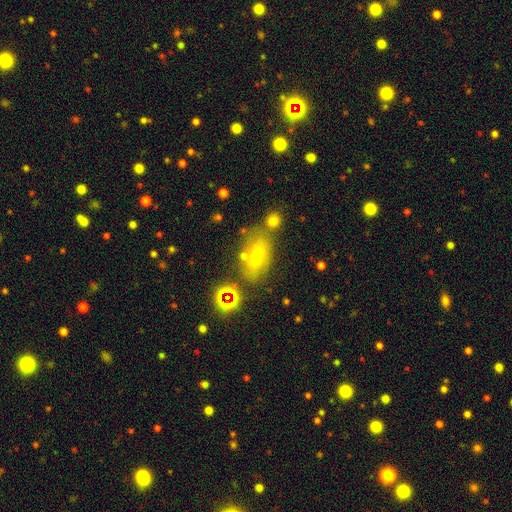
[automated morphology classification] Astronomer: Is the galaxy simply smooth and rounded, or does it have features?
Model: smooth — 60%.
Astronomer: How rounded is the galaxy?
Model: in between — 82%.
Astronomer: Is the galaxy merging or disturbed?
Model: none — 64%.